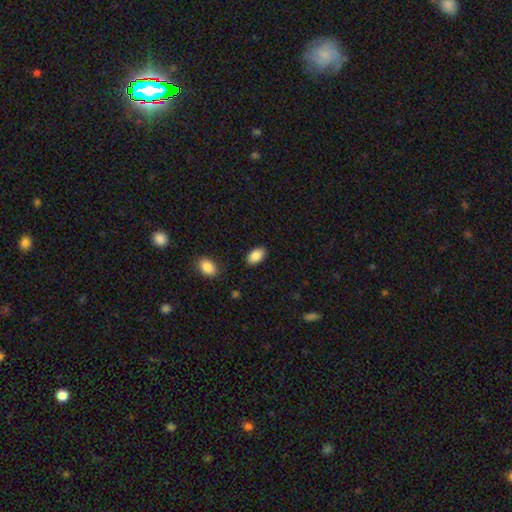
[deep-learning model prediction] A smooth galaxy with no disk features (88%) that is in between round and cigar-shaped (92%).

Vote fractions:
- Smooth or featured? smooth: 88% / star or artifact: 7% / featured or disk: 5%
- How rounded? in between: 92% / round: 6% / cigar-shaped: 1%
- Merging? none: 86% / minor disturbance: 10% / major disturbance: 3% / merger: 2%